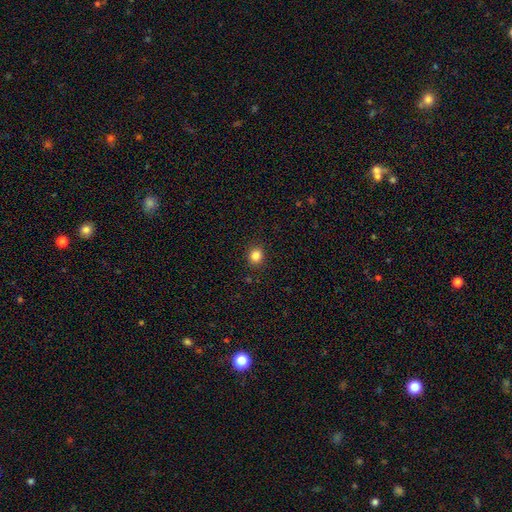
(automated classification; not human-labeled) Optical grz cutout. It shows a smooth galaxy with no disk features (84%) that is round (78%). Merging: none (91%).